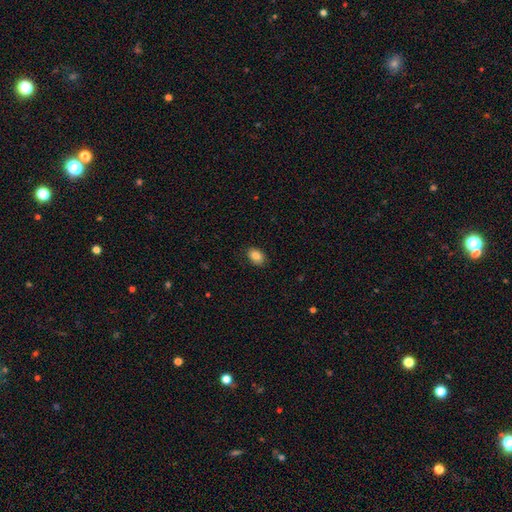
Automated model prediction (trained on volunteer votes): A smooth galaxy with no disk features (87%) that is in between round and cigar-shaped (81%).

Vote fractions:
- Smooth or featured? smooth: 87% / star or artifact: 8% / featured or disk: 5%
- How rounded? in between: 81% / round: 18% / cigar-shaped: 1%
- Merging? none: 87% / minor disturbance: 10% / major disturbance: 2% / merger: 1%